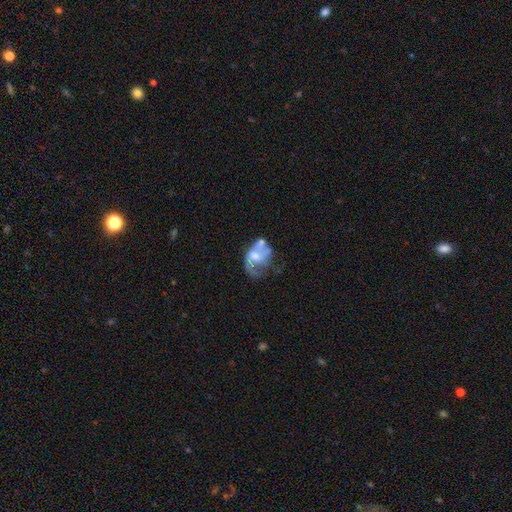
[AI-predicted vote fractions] Overall: featured or disk (67%). Edge-on disk: no (97%). Bar: no (59%; weak 33%). Spiral arms: yes (57%; no 43%). Bulge size: moderate (55%; small 24%). Merging: major disturbance (31%; none 27%).